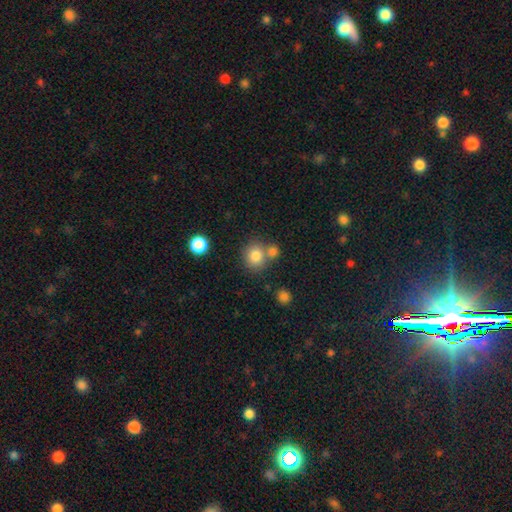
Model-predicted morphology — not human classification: type=smooth (80%); roundness=round (85%); merging=none (60%).